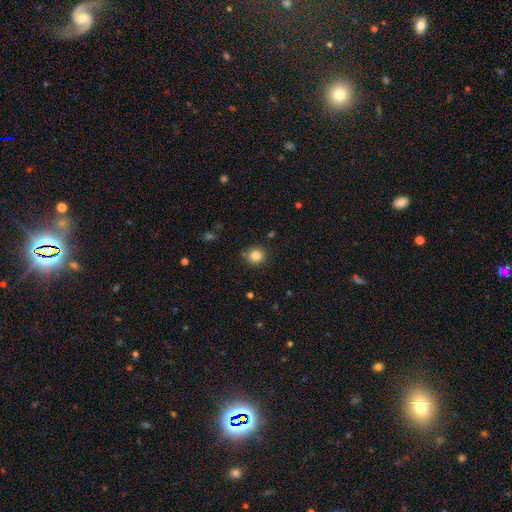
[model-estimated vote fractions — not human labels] smooth_or_featured: smooth (p=0.84) [alt: star or artifact p=0.11]
how_rounded: round (p=0.91) [alt: in between p=0.08]
merging: none (p=0.86) [alt: minor disturbance p=0.09]